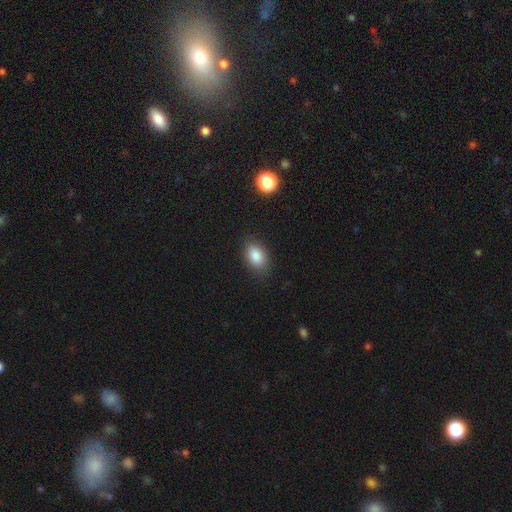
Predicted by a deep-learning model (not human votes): The model was most divided on "merging": none: 84%, minor disturbance: 12%, major disturbance: 3%, merger: 1%. More confident: how rounded — in between (86%); smooth or featured — smooth (85%).